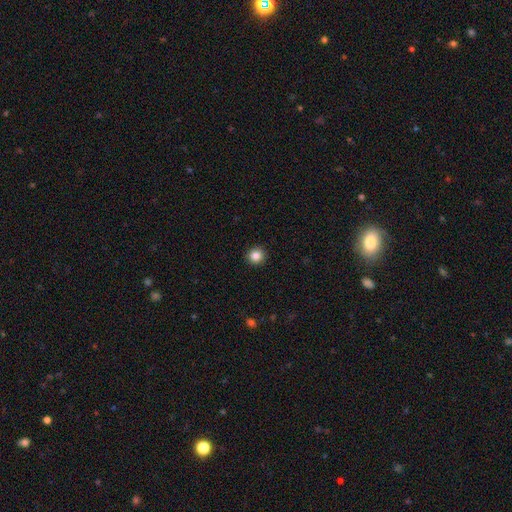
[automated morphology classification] A smooth galaxy with no disk features (85%) that is round (93%). Merging: none (93%).